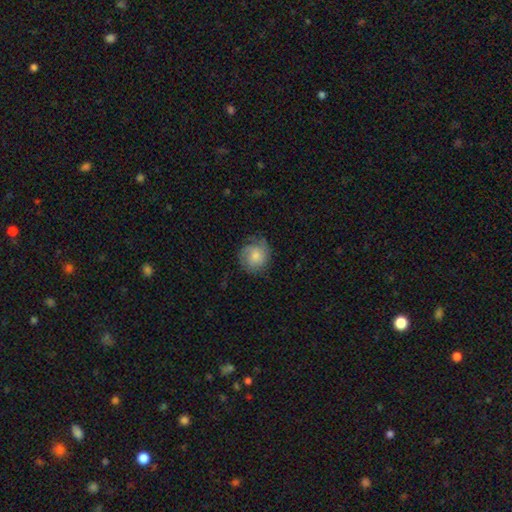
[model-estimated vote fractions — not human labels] A smooth galaxy with no disk features (60%) that is round (84%). Merging: none (68%).